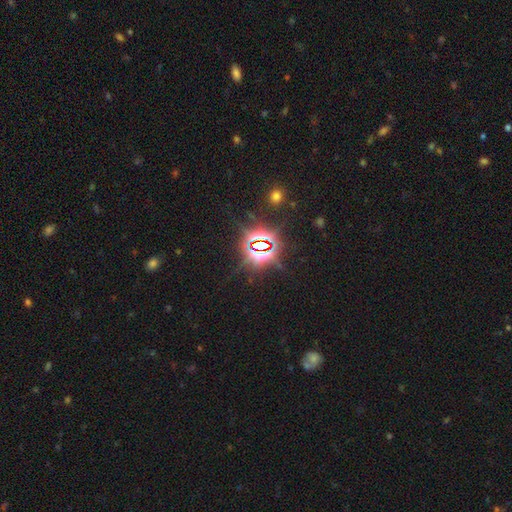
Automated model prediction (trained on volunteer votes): Q: Smooth or featured?
A: star or artifact (84%); runner-up: smooth (9%)